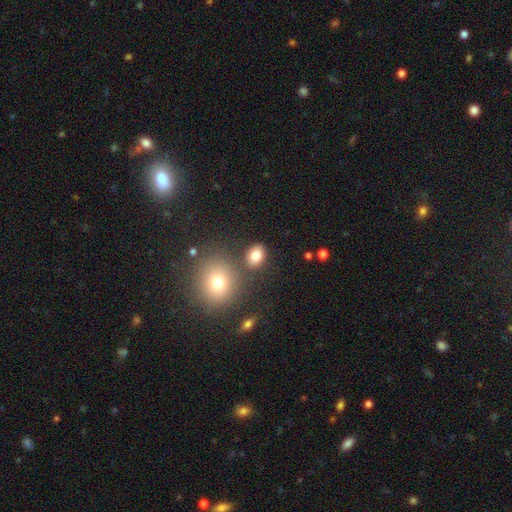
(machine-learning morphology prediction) smooth_or_featured: smooth (p=0.81) [alt: star or artifact p=0.11]
how_rounded: in between (p=0.58) [alt: round p=0.41]
merging: none (p=0.77) [alt: minor disturbance p=0.10]